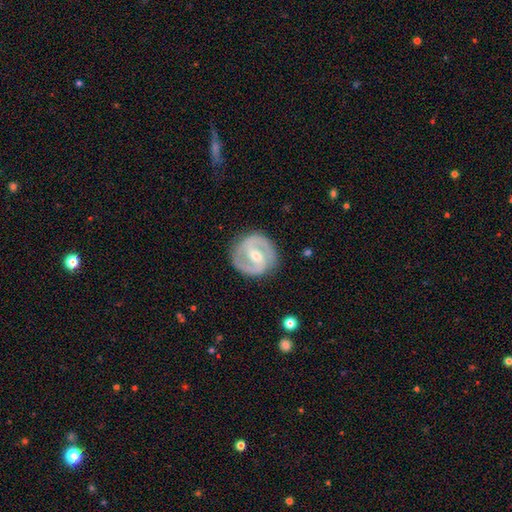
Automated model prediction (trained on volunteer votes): A featured or disk galaxy (86%) with a weak bar (43%), 2 (91%) medium (47%) spiral arms (93%) and a moderate central bulge (54%). Merging: none (87%).